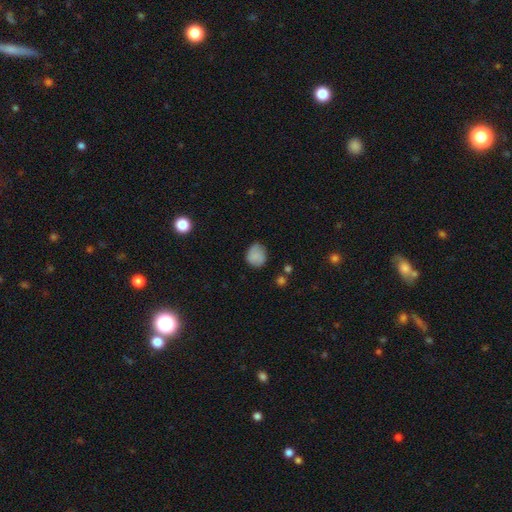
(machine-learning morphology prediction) A smooth galaxy with no disk features (80%) that is round (72%). Merging: none (70%).